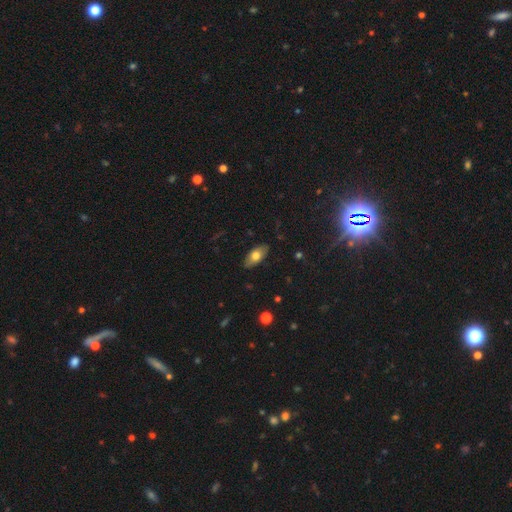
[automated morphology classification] Q: Smooth or featured?
A: smooth (69%); runner-up: featured or disk (24%)
Q: How rounded?
A: in between (86%); runner-up: cigar-shaped (11%)
Q: Merging?
A: none (85%); runner-up: minor disturbance (11%)